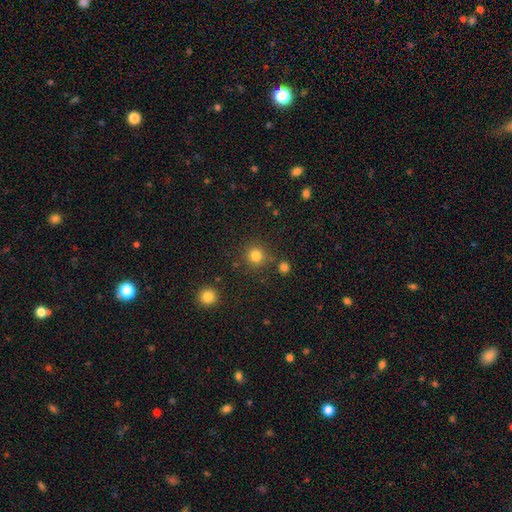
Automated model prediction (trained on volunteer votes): Overall: smooth (82%). How rounded: round (93%). Merging: none (85%).